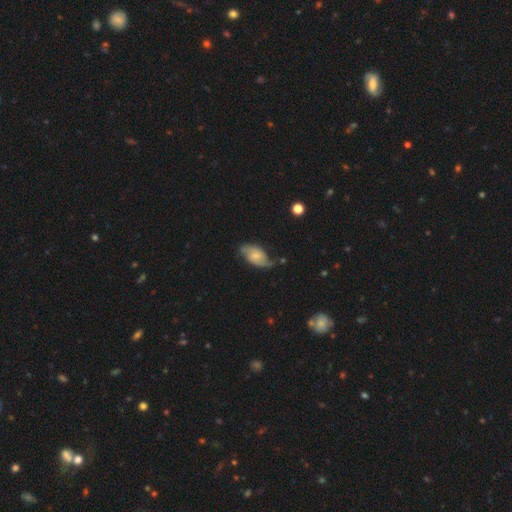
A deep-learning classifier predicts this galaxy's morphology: Smooth or featured: featured or disk — 64% (smooth — 29%)
Edge-on disk: no — 95% (yes — 5%)
Bar: no — 56% (weak — 36%)
Spiral arms: yes — 90% (no — 10%)
Spiral winding: loose — 45% (medium — 38%)
Spiral arm count: 2 — 84% (can't tell — 8%)
Bulge size: small — 55% (moderate — 29%)
Merging: none — 56% (minor disturbance — 28%)